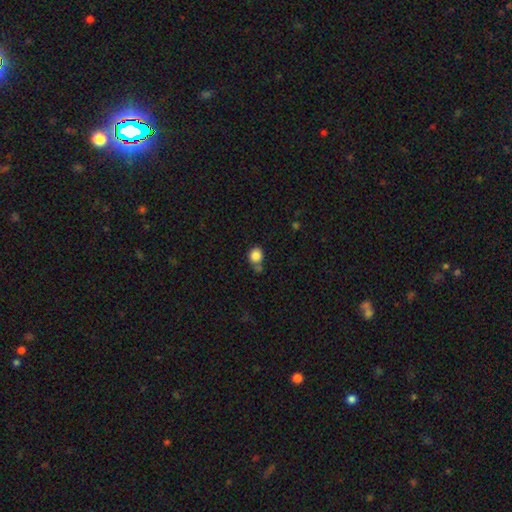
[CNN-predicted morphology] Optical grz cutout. It shows a smooth galaxy with no disk features (86%) that is round (78%). Merging: none (57%).